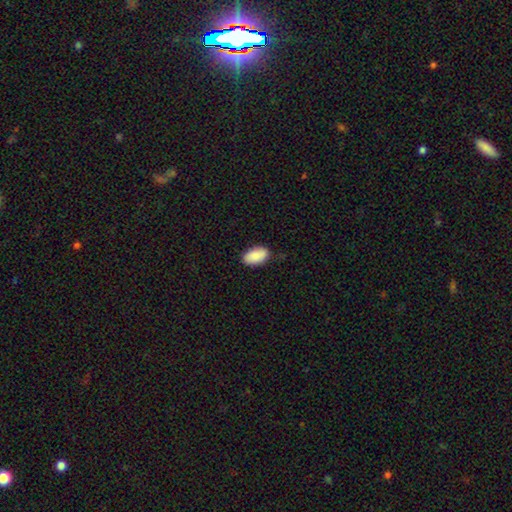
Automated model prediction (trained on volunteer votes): Morphology: type=smooth (89%); roundness=in between (95%); merging=none (85%).